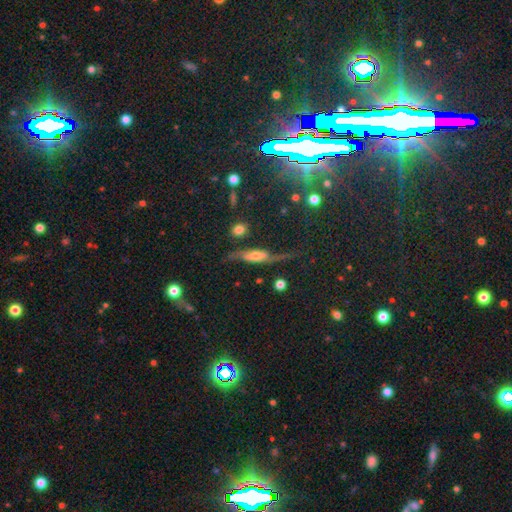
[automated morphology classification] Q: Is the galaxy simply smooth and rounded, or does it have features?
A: featured or disk — 68%.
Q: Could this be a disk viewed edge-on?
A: no — 53%.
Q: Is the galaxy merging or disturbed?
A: none — 60%.